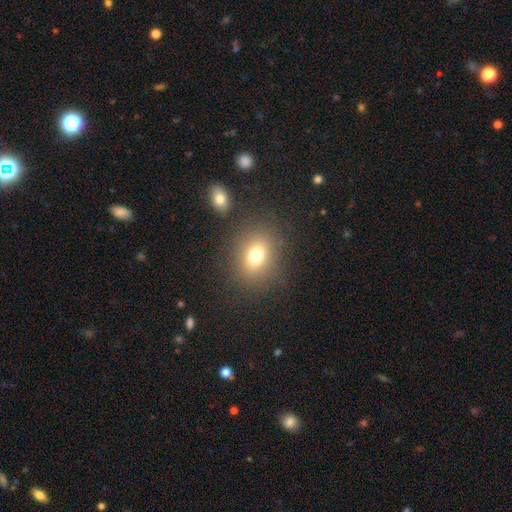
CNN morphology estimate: smooth-or-featured: smooth: 73% | star or artifact: 15% | featured or disk: 12%
  how-rounded: round: 56% | in between: 43% | cigar-shaped: 1%
  merging: none: 80% | minor disturbance: 10% | major disturbance: 6% | merger: 4%